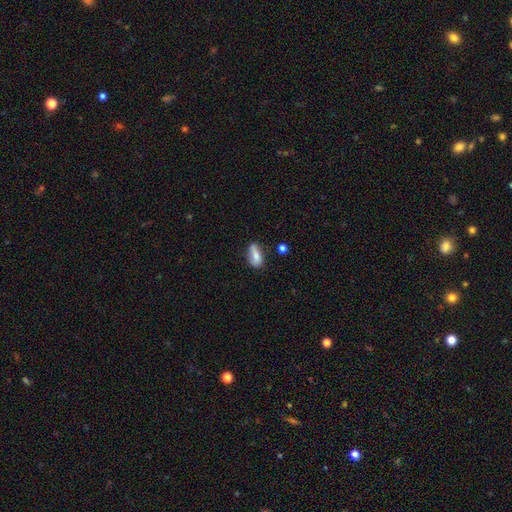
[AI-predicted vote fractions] smooth-or-featured: smooth: 71% | featured or disk: 21% | star or artifact: 8%
  how-rounded: in between: 76% | cigar-shaped: 18% | round: 6%
  merging: none: 57% | minor disturbance: 28% | major disturbance: 8% | merger: 6%